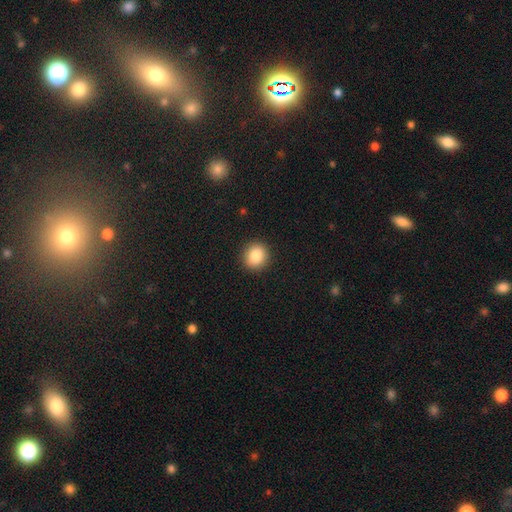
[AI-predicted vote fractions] The model was most divided on "how rounded": round: 86%, in between: 13%, cigar-shaped: 1%. More confident: merging — none (92%); smooth or featured — smooth (85%).